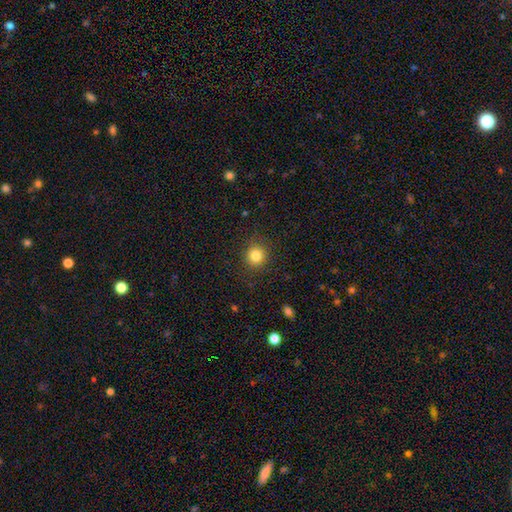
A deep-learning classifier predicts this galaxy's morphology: Overall: smooth (82%). How rounded: round (89%). Merging: none (88%).